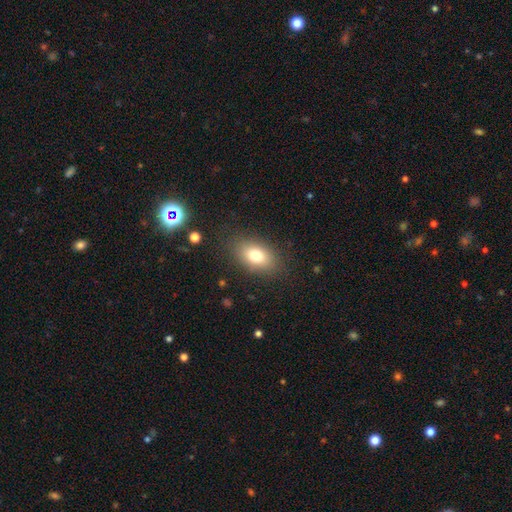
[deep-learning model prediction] smooth 77%, featured or disk 13%, star or artifact 10%. Down the decision tree: how rounded — in between (85%); merging — none (84%).